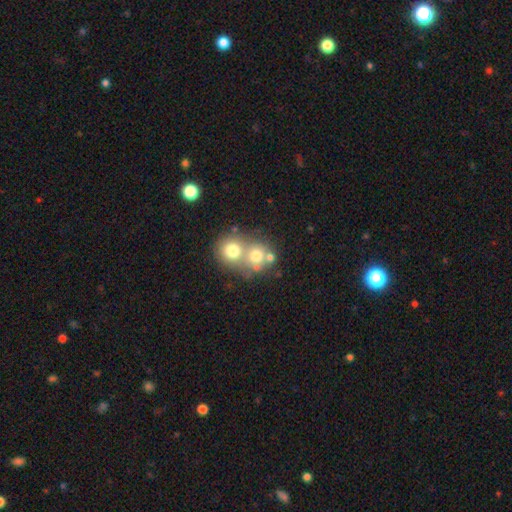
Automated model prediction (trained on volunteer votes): Overall: smooth (66%). How rounded: round (79%). Merging: merger (57%; none 33%).